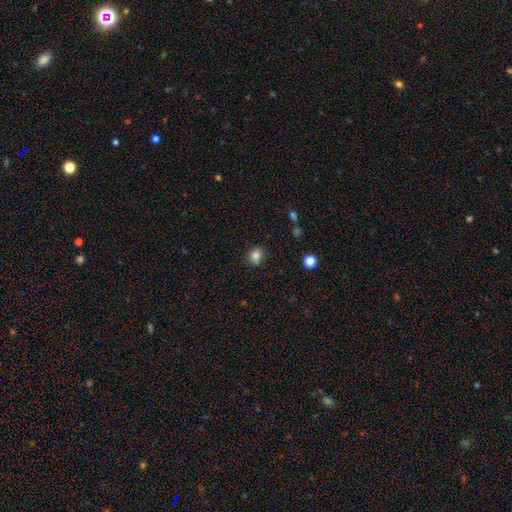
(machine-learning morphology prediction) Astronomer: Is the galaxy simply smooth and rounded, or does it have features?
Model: smooth — 81%.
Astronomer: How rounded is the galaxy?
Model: round — 68%.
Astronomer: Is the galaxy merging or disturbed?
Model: none — 76%.